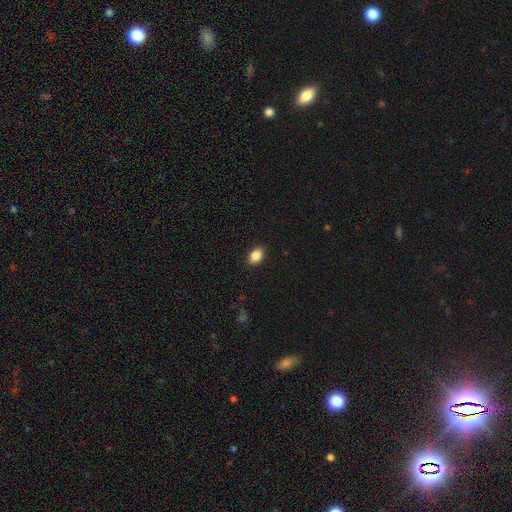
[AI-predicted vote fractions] Smooth or featured? Predicted: smooth (p=0.88). How rounded? Predicted: in between (p=0.86). Merging? Predicted: none (p=0.90).